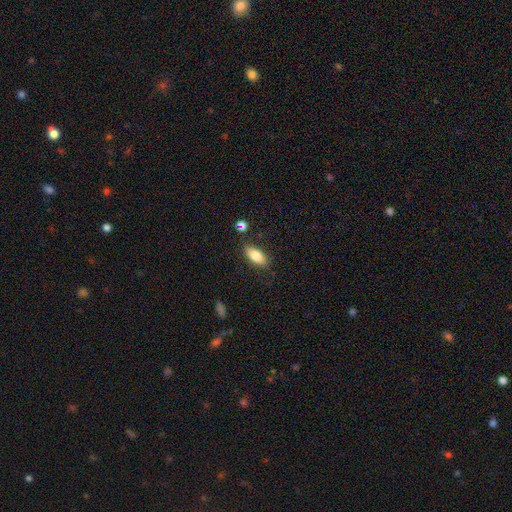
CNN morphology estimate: Overall: smooth (81%). How rounded: in between (86%). Merging: none (82%).